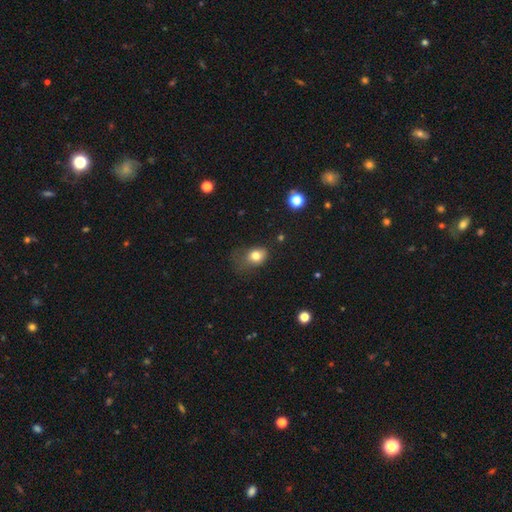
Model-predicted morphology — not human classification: The model was most divided on "merging": none: 36%, minor disturbance: 34%, major disturbance: 28%, merger: 3%. More confident: smooth or featured — smooth (78%); how rounded — in between (60%).